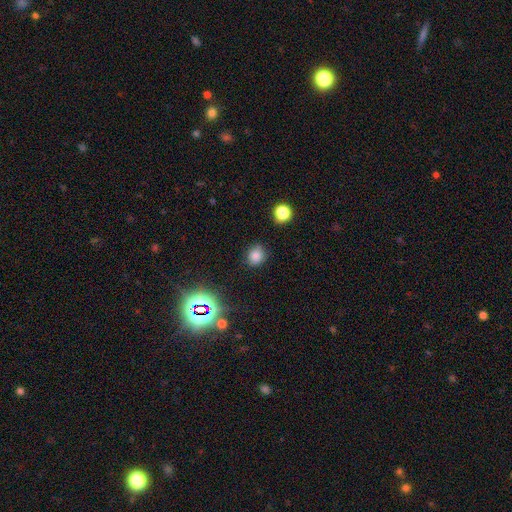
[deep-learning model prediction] smooth-or-featured: smooth: 77% | star or artifact: 17% | featured or disk: 6%
  how-rounded: round: 68% | in between: 31% | cigar-shaped: 1%
  merging: none: 80% | minor disturbance: 15% | major disturbance: 4% | merger: 2%